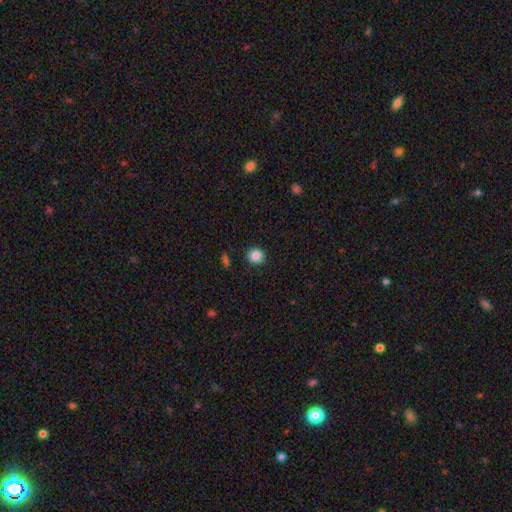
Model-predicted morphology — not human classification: Smooth or featured: smooth — 85% (star or artifact — 10%)
How rounded: round — 79% (in between — 20%)
Merging: none — 87% (minor disturbance — 10%)